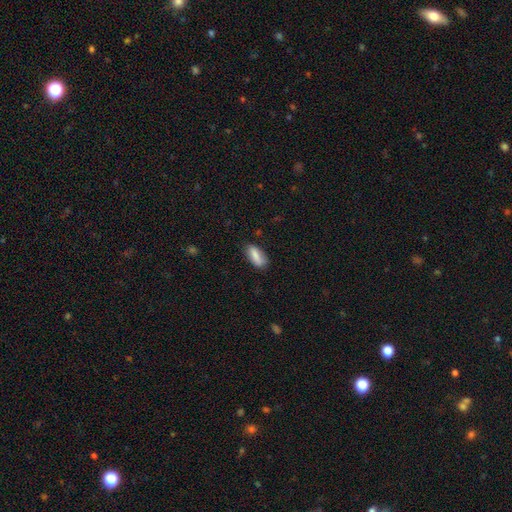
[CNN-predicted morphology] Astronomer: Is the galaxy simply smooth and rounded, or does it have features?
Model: smooth — 84%.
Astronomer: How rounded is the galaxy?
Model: in between — 72%.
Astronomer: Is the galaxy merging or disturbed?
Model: none — 78%.